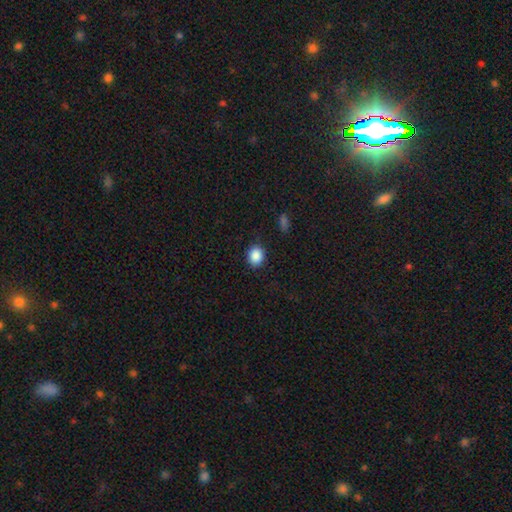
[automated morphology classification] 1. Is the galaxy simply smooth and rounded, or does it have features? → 87% smooth, 9% star or artifact, 3% featured or disk.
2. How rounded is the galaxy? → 65% round, 34% in between, 1% cigar-shaped.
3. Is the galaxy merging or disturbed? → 85% none, 10% minor disturbance, 3% major disturbance, 1% merger.